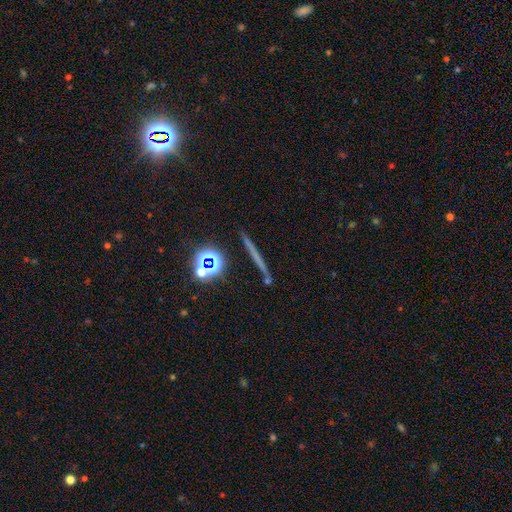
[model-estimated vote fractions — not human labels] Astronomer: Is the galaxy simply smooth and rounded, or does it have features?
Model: featured or disk — 36% (runner-up: smooth, 33%).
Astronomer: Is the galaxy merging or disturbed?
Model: none — 86%.